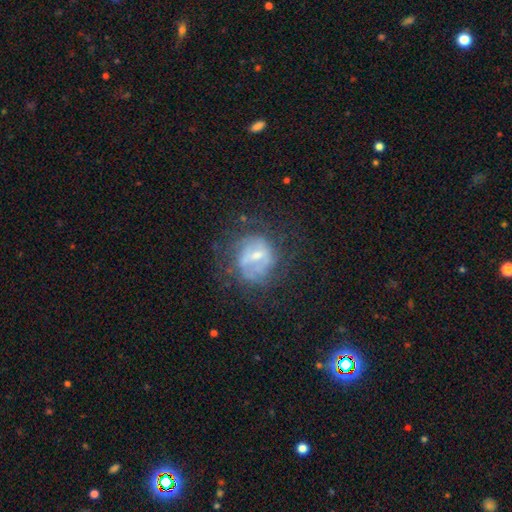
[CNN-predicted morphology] Smooth or featured?
  - featured or disk: 63% *
  - smooth: 26%
  - star or artifact: 11%
Edge-on disk?
  - no: 97% *
  - yes: 3%
Bar?
  - weak: 49% *
  - no: 31%
  - strong: 20%
Spiral arms?
  - yes: 57% *
  - no: 43%
Bulge size?
  - small: 51% *
  - moderate: 36%
  - none: 8%
  - large: 3%
  - dominant: 1%
Merging?
  - none: 56% *
  - minor disturbance: 21%
  - major disturbance: 21%
  - merger: 3%